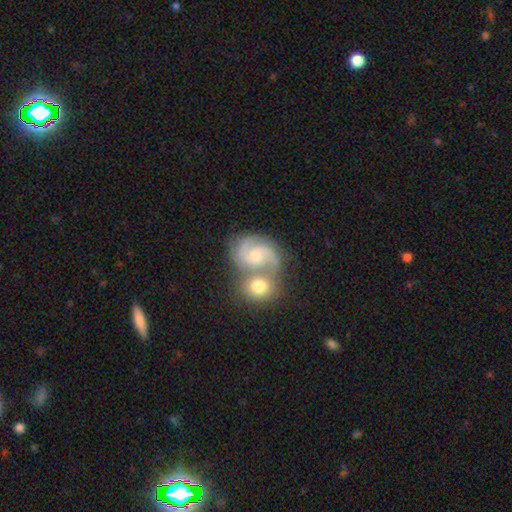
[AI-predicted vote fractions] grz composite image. It shows a featured or disk galaxy (83%) with no bar (56%), 2 (73%) medium (55%) spiral arms (97%) and a small central bulge (53%). Merging: merger (49%).